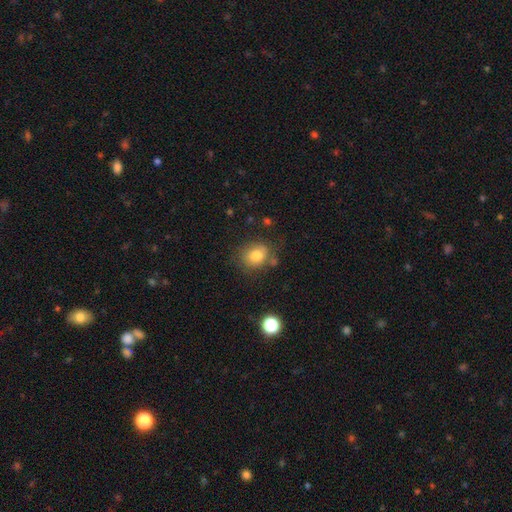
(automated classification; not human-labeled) This is likely a smooth galaxy (79%). How rounded: likely round (61%). Merging: likely none (70%).